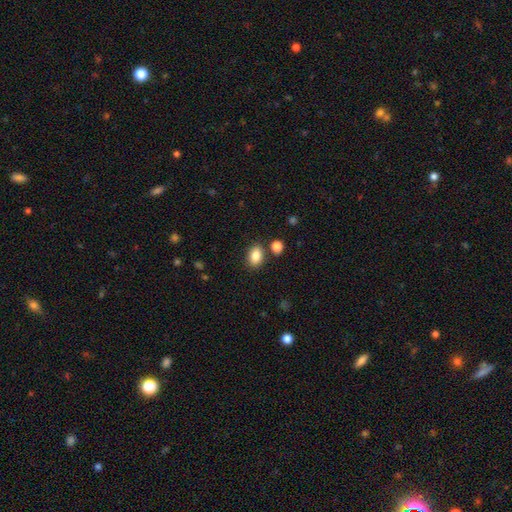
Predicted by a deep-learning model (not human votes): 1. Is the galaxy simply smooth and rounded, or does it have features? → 86% smooth, 9% star or artifact, 5% featured or disk.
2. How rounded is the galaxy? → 79% in between, 20% round, 1% cigar-shaped.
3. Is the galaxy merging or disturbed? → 79% none, 10% minor disturbance, 8% merger, 3% major disturbance.